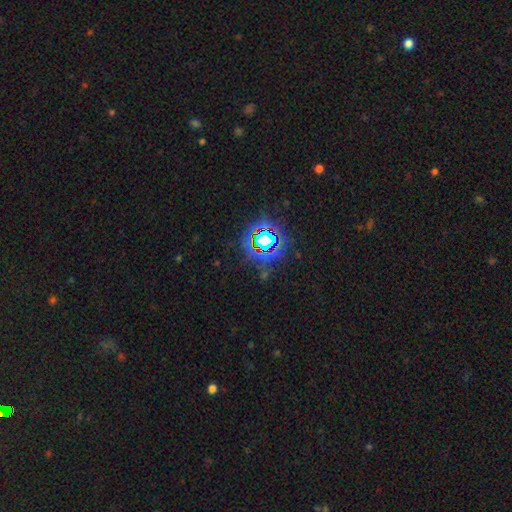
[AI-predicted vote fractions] This appears to be a star or artifact, not a galaxy (76%).